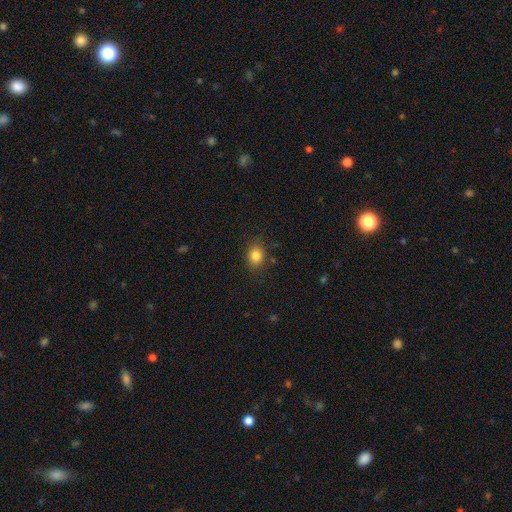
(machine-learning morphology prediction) This appears to be a smooth galaxy with no disk features (83%) that is round (50%). Merging: none (83%).